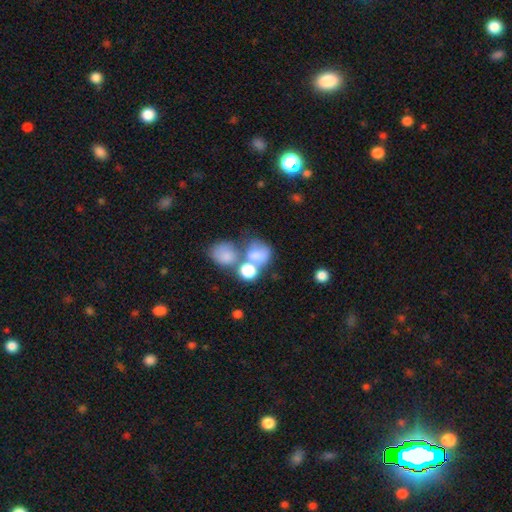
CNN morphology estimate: smooth 66%, featured or disk 21%, star or artifact 13%. Down the decision tree: how rounded — round (55%); merging — merger (56%).